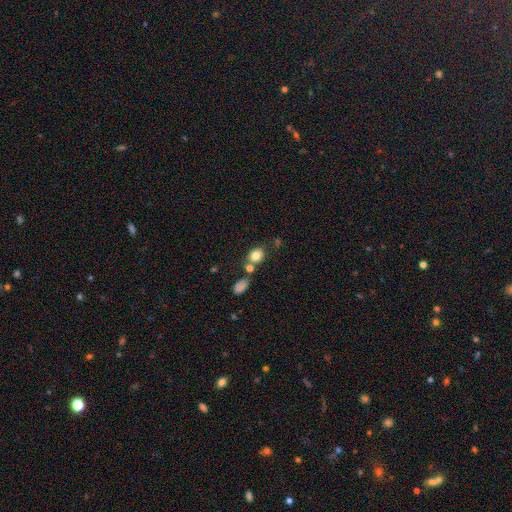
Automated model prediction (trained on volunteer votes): smooth-or-featured: smooth: 80% | star or artifact: 11% | featured or disk: 9%
  how-rounded: round: 55% | in between: 43% | cigar-shaped: 2%
  merging: none: 60% | merger: 22% | minor disturbance: 13% | major disturbance: 5%